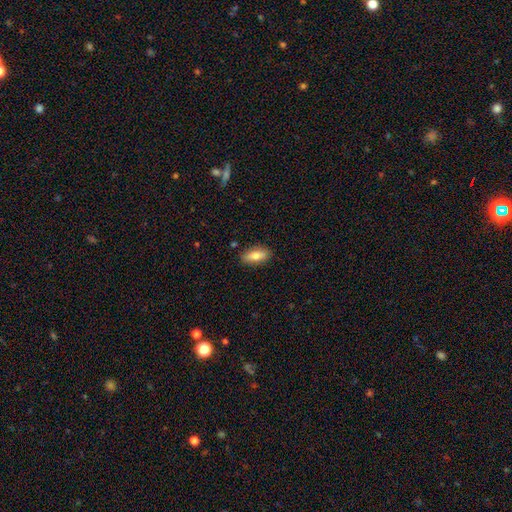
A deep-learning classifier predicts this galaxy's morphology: type=smooth (76%); roundness=in between (81%); merging=none (87%).